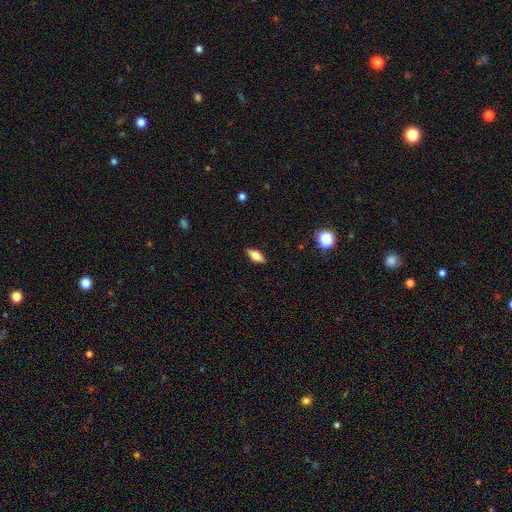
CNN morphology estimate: A smooth galaxy with no disk features (64%) that is in between round and cigar-shaped (74%).

Vote fractions:
- Smooth or featured? smooth: 64% / featured or disk: 28% / star or artifact: 8%
- How rounded? in between: 74% / cigar-shaped: 22% / round: 4%
- Merging? none: 87% / minor disturbance: 9% / major disturbance: 2% / merger: 1%